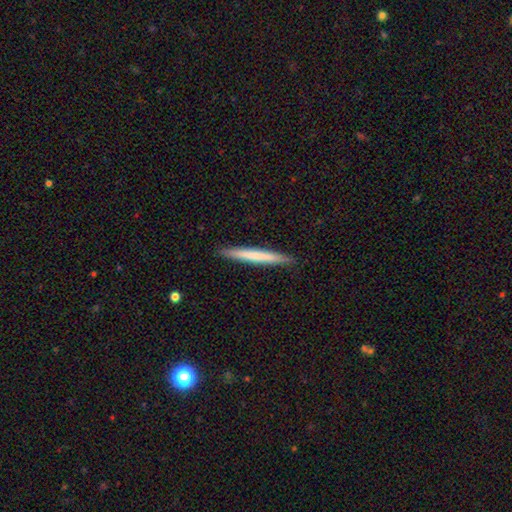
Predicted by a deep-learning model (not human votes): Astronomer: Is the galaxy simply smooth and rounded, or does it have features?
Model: smooth — 65%.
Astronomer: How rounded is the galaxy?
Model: cigar-shaped — 97%.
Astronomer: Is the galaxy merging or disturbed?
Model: none — 92%.